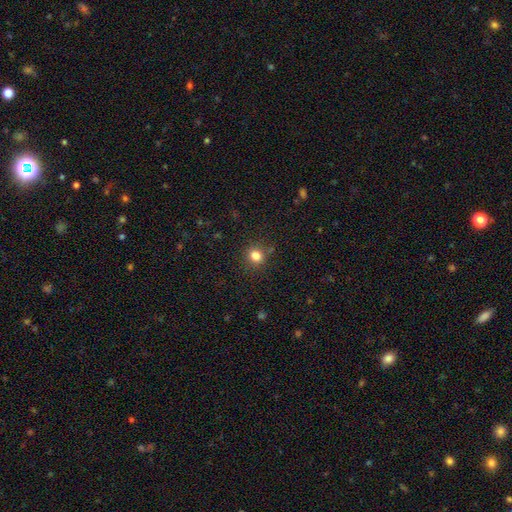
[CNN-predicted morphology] Smooth or featured: smooth — 81% (star or artifact — 14%)
How rounded: round — 79% (in between — 20%)
Merging: none — 85% (minor disturbance — 10%)